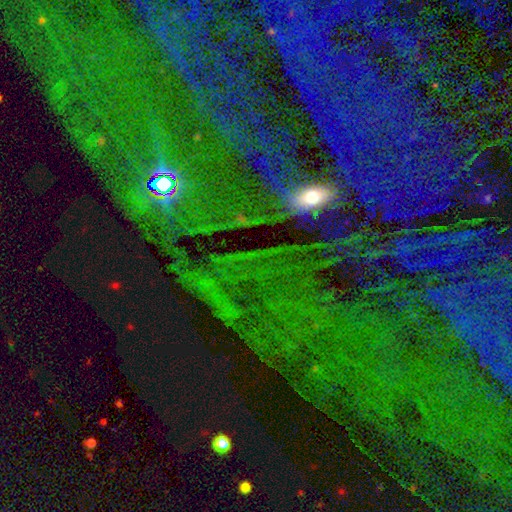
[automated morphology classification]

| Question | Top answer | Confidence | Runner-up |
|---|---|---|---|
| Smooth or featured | star or artifact | 66% | smooth (18%) |